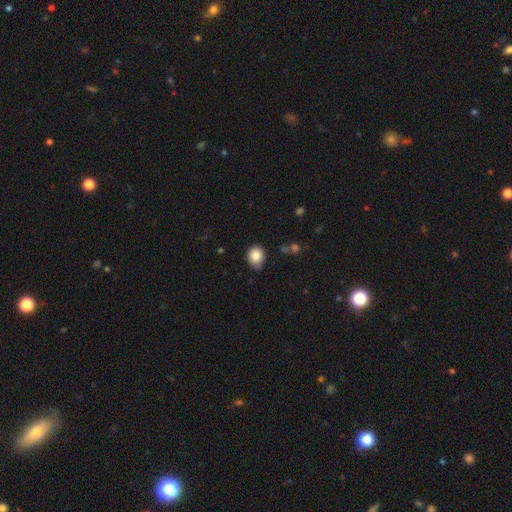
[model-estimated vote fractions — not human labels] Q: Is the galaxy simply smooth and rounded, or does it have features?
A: smooth — 83%.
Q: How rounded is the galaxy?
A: round — 66%.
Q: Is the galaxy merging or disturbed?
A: none — 71%.